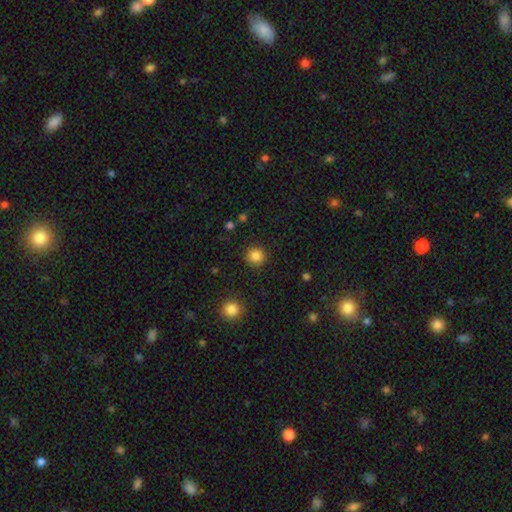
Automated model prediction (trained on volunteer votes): smooth 85%, star or artifact 11%, featured or disk 4%. Down the decision tree: how rounded — round (93%); merging — none (90%).